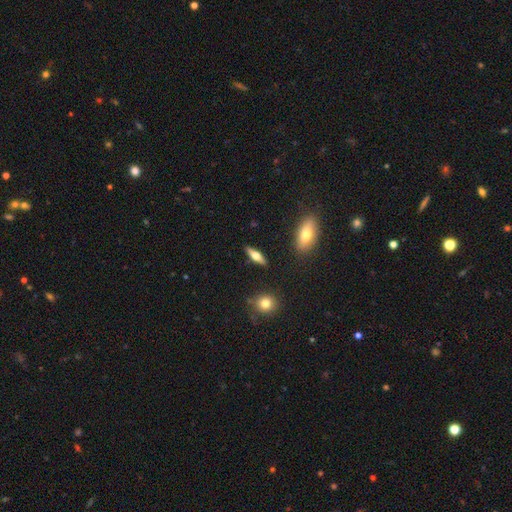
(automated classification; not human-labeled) Smooth or featured: featured or disk — 53% (smooth — 40%)
Edge-on disk: yes — 93% (no — 7%)
Merging: none — 88% (minor disturbance — 8%)